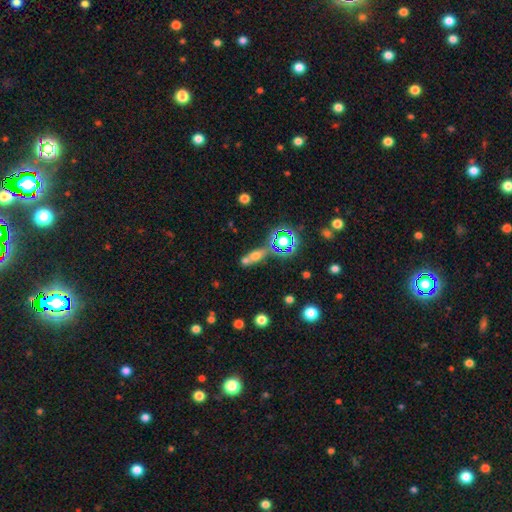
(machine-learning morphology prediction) Q: Smooth or featured?
A: smooth (52%); runner-up: featured or disk (25%)
Q: How rounded?
A: in between (49%); runner-up: cigar-shaped (31%)
Q: Merging?
A: none (45%); runner-up: merger (37%)